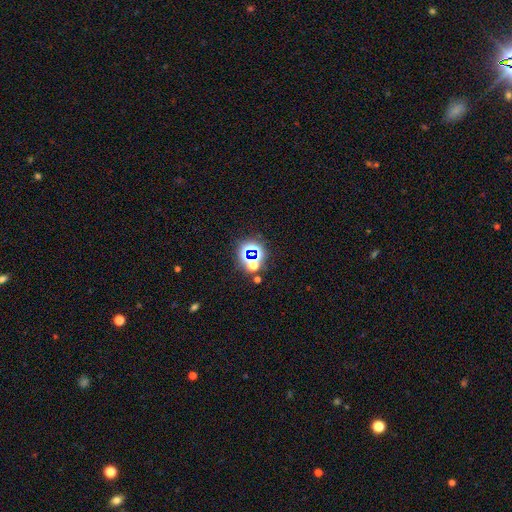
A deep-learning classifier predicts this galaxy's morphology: This appears to be a star or artifact, not a galaxy (69%).